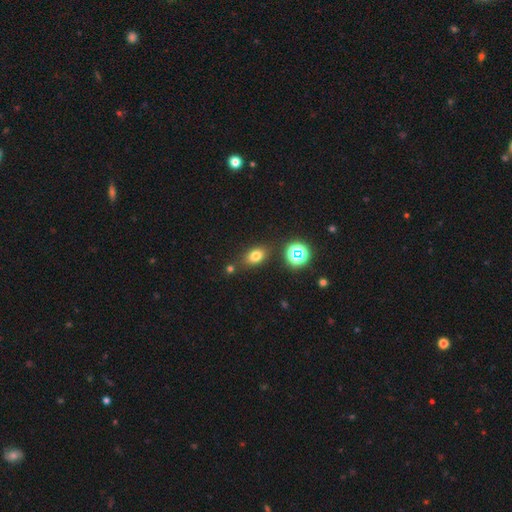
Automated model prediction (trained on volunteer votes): Overall: smooth (73%). How rounded: in between (69%). Merging: none (76%).